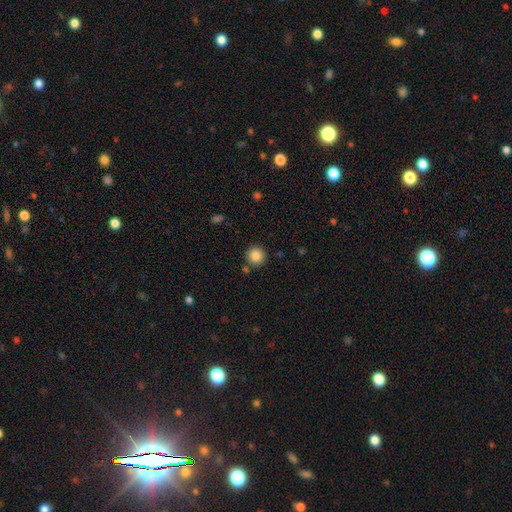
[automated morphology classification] Overall: smooth (86%). How rounded: round (94%). Merging: none (86%).